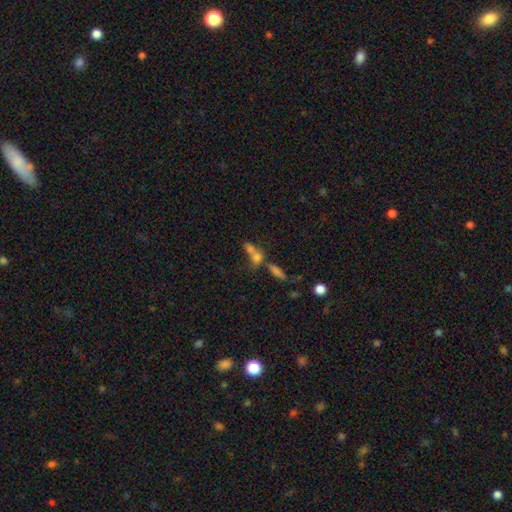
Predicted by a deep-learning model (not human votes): smooth-or-featured: smooth: 66% | featured or disk: 19% | star or artifact: 14%
  how-rounded: in between: 58% | round: 28% | cigar-shaped: 13%
  merging: merger: 64% | none: 23% | minor disturbance: 7% | major disturbance: 6%